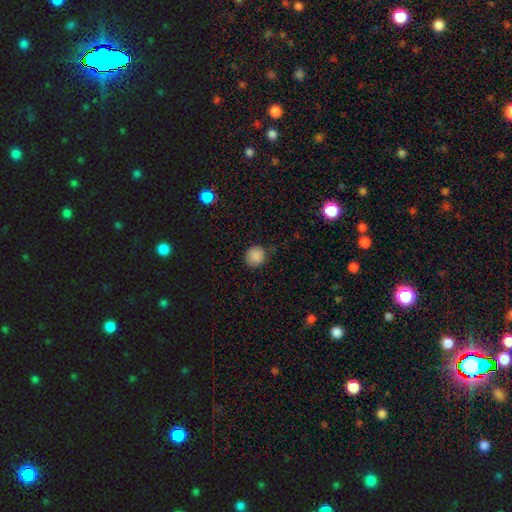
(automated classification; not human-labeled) This is clearly a smooth galaxy (87%). How rounded: clearly round (89%). Merging: clearly none (82%).